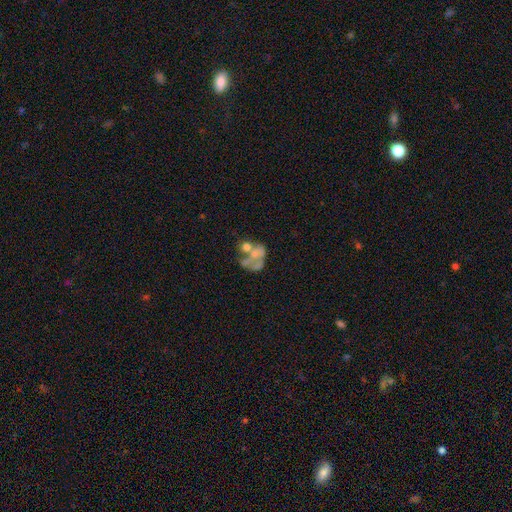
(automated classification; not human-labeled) smooth_or_featured: featured or disk (p=0.51) [alt: smooth p=0.36]
disk_edge_on: no (p=0.98) [alt: yes p=0.02]
bar: no (p=0.92) [alt: weak p=0.06]
has_spiral_arms: no (p=0.91) [alt: yes p=0.09]
bulge_size: none (p=0.56) [alt: moderate p=0.20]
merging: merger (p=0.41) [alt: major disturbance p=0.26]